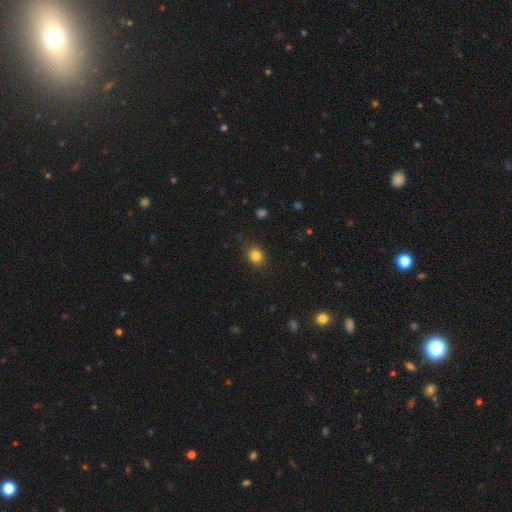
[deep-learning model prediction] Q: Smooth or featured?
A: smooth (84%); runner-up: star or artifact (11%)
Q: How rounded?
A: round (67%); runner-up: in between (32%)
Q: Merging?
A: none (86%); runner-up: minor disturbance (10%)